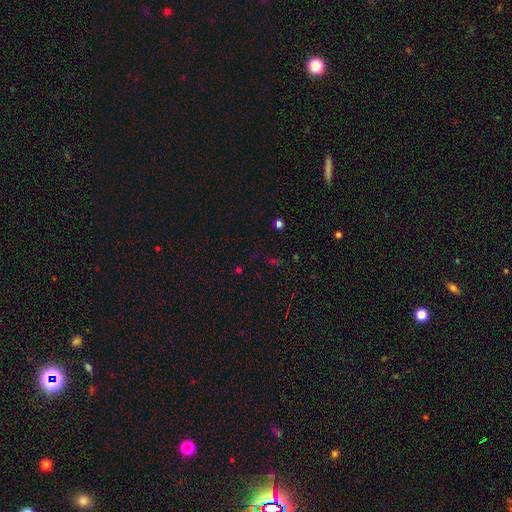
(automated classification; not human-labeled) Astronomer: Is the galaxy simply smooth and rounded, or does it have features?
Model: star or artifact — 59%.